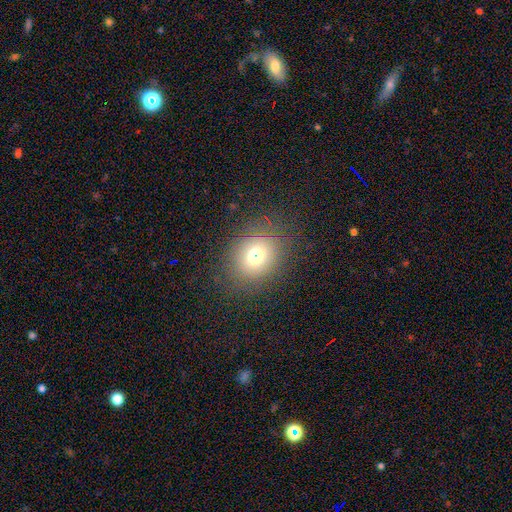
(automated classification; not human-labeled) This is likely a smooth galaxy (67%). How rounded: likely round (67%). Merging: likely none (77%).